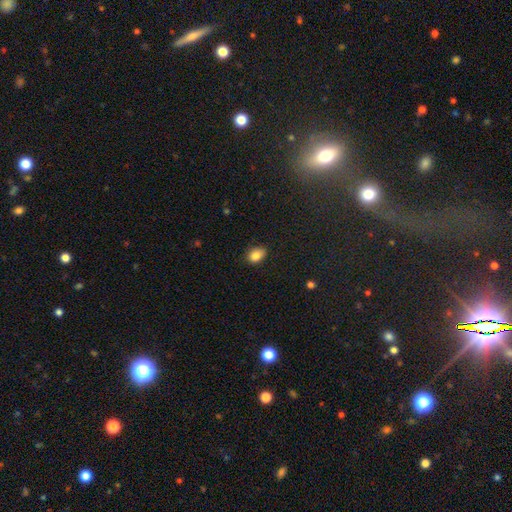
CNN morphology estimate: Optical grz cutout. It shows a smooth galaxy with no disk features (85%) that is in between round and cigar-shaped (70%). Merging: none (76%).